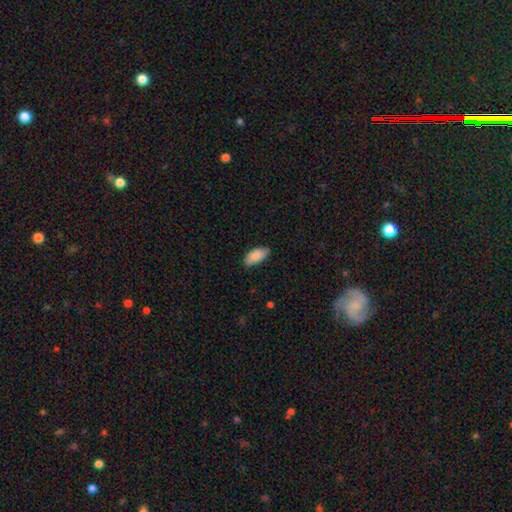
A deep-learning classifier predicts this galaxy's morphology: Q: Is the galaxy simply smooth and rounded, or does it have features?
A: smooth — 88%.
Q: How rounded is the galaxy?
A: in between — 92%.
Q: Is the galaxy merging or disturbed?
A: none — 79%.